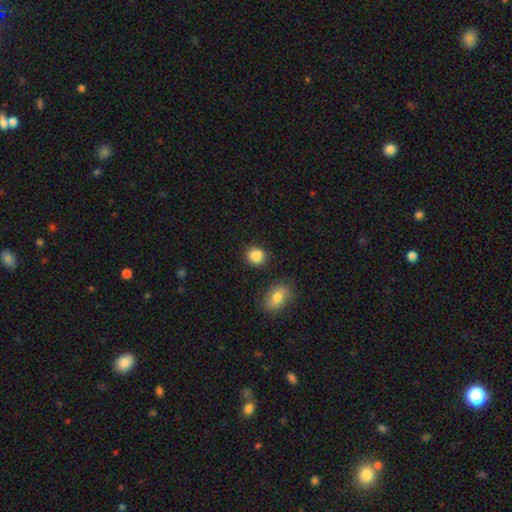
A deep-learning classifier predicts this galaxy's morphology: Overall: smooth (87%). How rounded: round (76%). Merging: none (85%).